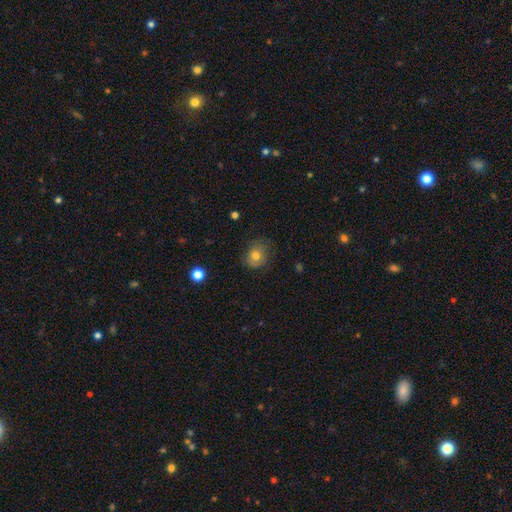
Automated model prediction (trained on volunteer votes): smooth 72%, featured or disk 18%, star or artifact 10%. Down the decision tree: how rounded — round (64%); merging — none (66%).